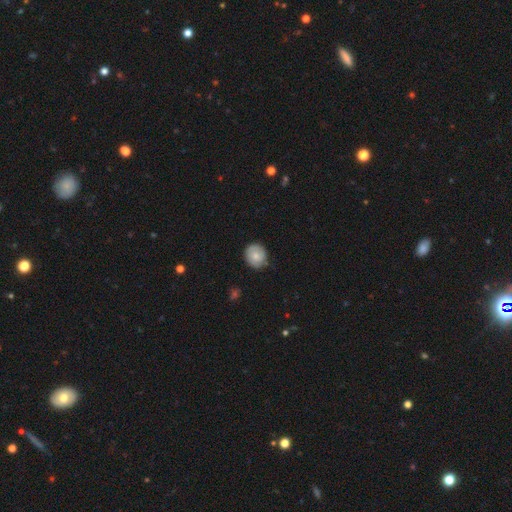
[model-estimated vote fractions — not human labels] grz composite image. It shows a smooth galaxy with no disk features (77%) that is round (80%). Merging: none (79%).